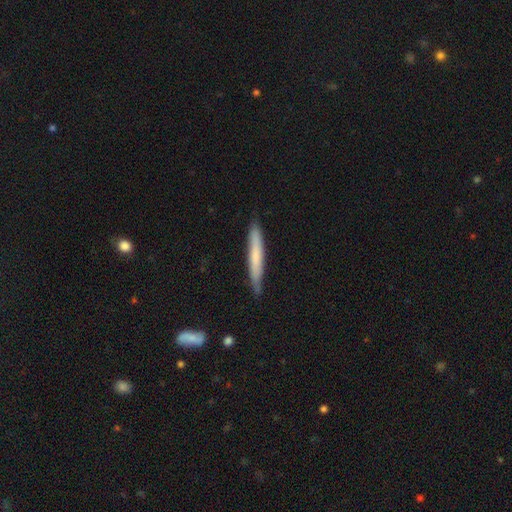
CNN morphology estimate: Overall: smooth (63%; featured or disk 32%). How rounded: cigar-shaped (95%). Merging: none (82%).